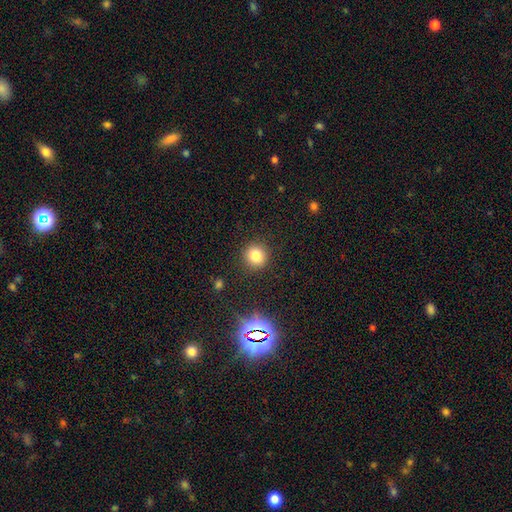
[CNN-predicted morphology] Smooth or featured? Predicted: smooth (p=0.79). How rounded? Predicted: round (p=0.89). Merging? Predicted: none (p=0.90).